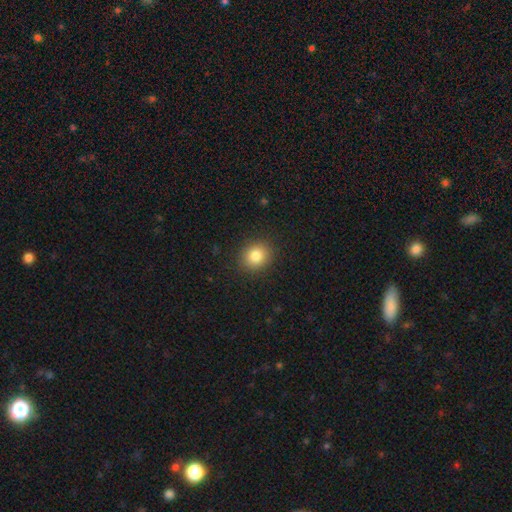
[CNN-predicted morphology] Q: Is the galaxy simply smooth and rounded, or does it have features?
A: smooth — 84%.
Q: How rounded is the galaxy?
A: round — 72%.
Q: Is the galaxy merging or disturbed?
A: none — 89%.